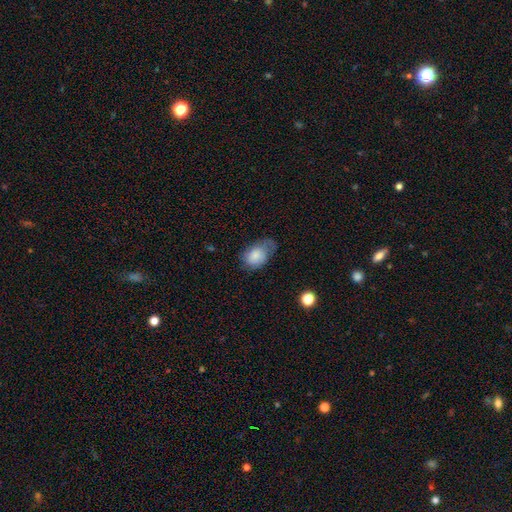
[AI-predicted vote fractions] Smooth or featured? Predicted: smooth (p=0.78). How rounded? Predicted: in between (p=0.79). Merging? Predicted: minor disturbance (p=0.39).